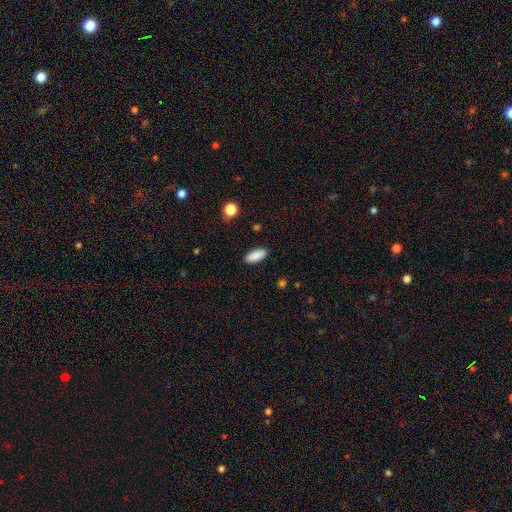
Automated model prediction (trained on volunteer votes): A smooth galaxy with no disk features (89%) that is in between round and cigar-shaped (80%). Merging: none (89%).